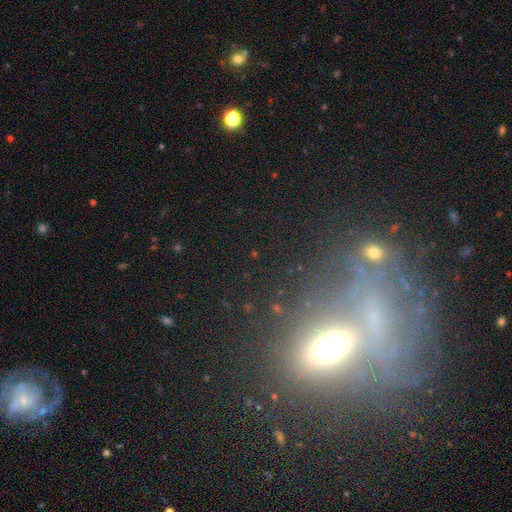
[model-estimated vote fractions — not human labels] This is marginally a star or artifact rather than a galaxy (38%).